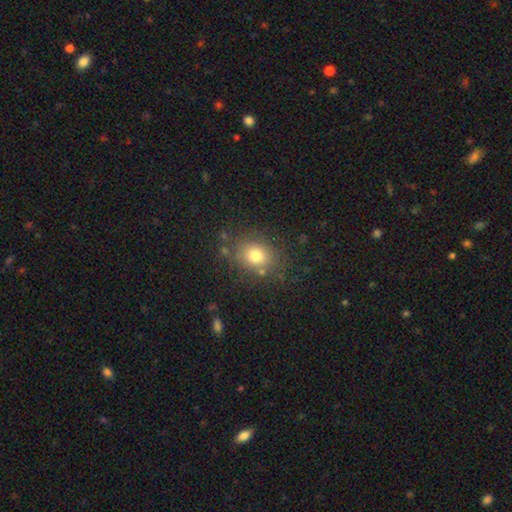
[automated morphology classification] smooth 76%, star or artifact 13%, featured or disk 11%. Down the decision tree: how rounded — round (58%); merging — none (78%).